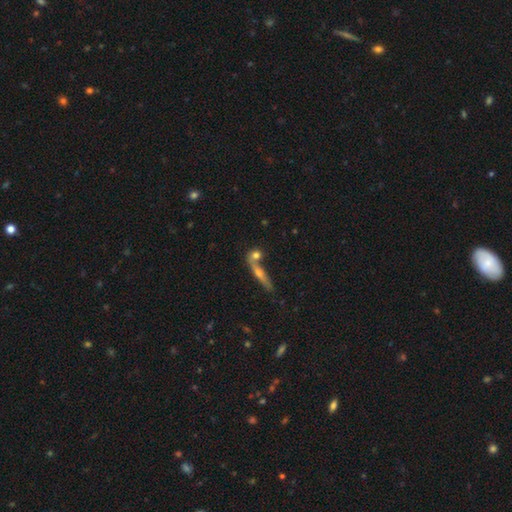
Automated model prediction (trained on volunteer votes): This is likely a smooth galaxy (66%). How rounded: possibly round (47%). Merging: possibly none (48%).